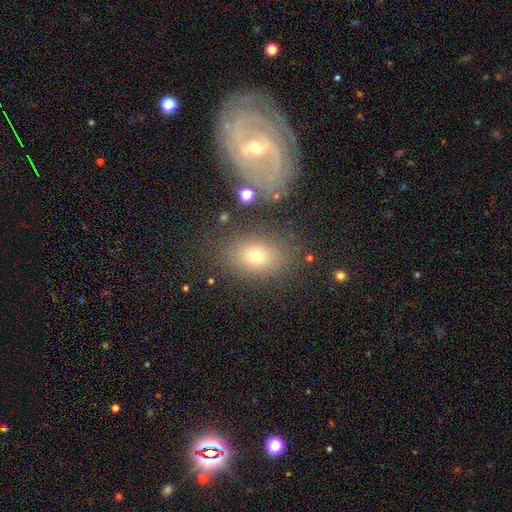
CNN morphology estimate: smooth-or-featured: smooth: 69% | featured or disk: 16% | star or artifact: 14%
  how-rounded: in between: 76% | round: 23% | cigar-shaped: 2%
  merging: none: 74% | minor disturbance: 13% | major disturbance: 6% | merger: 6%